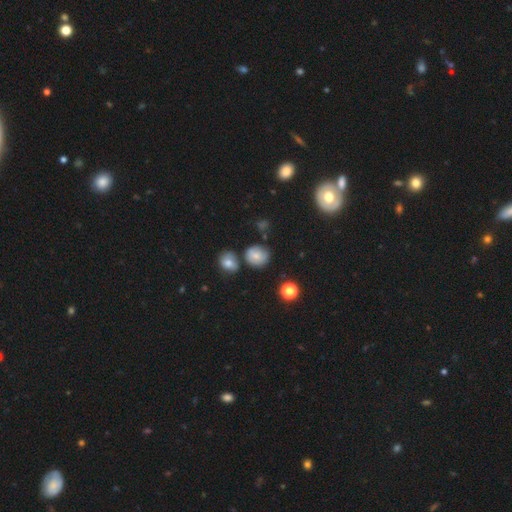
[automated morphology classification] Overall: smooth (71%). How rounded: round (81%). Merging: none (69%).